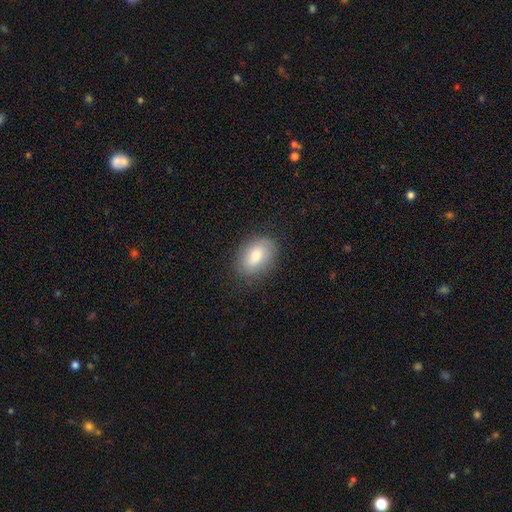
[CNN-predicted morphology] Smooth or featured? smooth (79%)
How rounded? in between (86%)
Merging? none (82%)